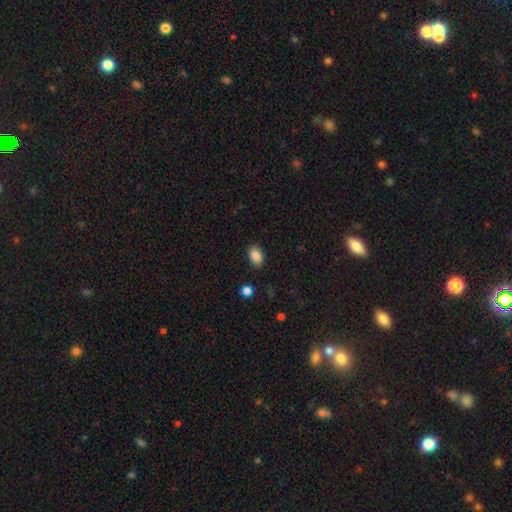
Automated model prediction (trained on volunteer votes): Overall: smooth (87%). How rounded: in between (84%). Merging: none (85%).